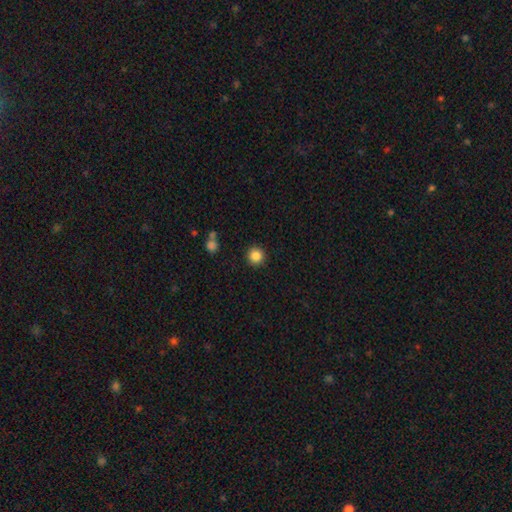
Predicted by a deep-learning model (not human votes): The model was most divided on "smooth or featured": smooth: 85%, star or artifact: 10%, featured or disk: 4%. More confident: how rounded — round (95%); merging — none (91%).